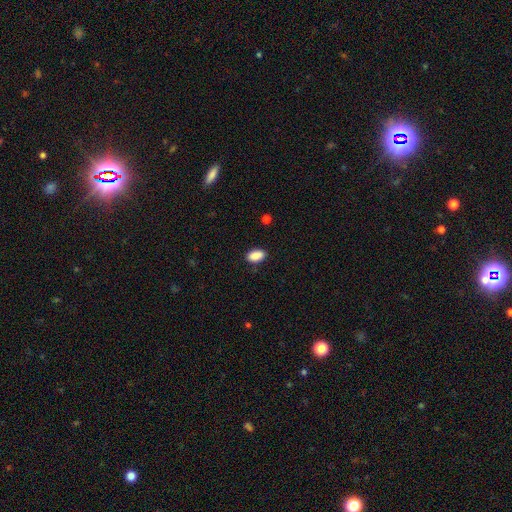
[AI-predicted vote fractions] Smooth or featured: smooth — 89% (star or artifact — 7%)
How rounded: in between — 92% (round — 6%)
Merging: none — 86% (minor disturbance — 11%)